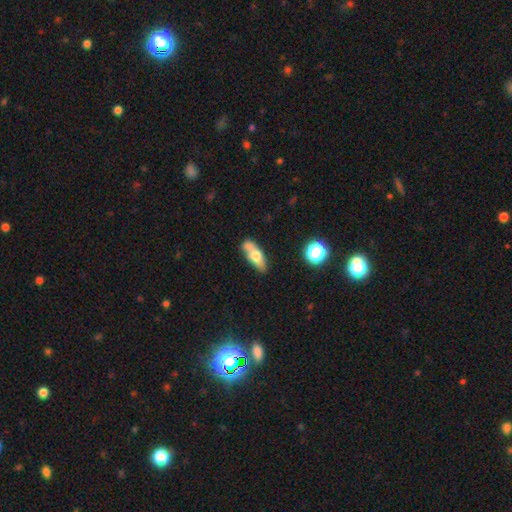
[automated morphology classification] smooth 60%, featured or disk 32%, star or artifact 8%. Down the decision tree: how rounded — in between (66%); merging — none (46%).